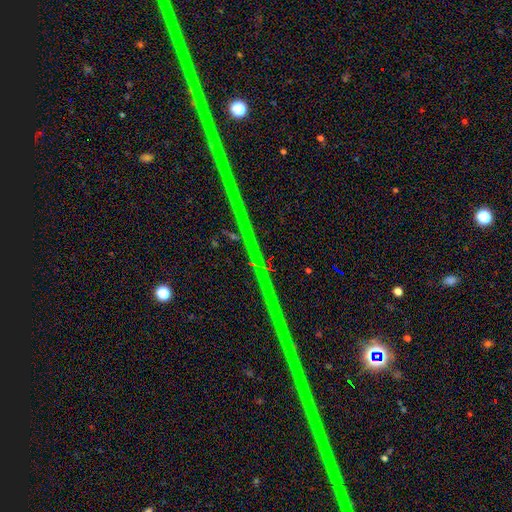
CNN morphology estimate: Smooth or featured?
  - star or artifact: 89% *
  - featured or disk: 7%
  - smooth: 5%